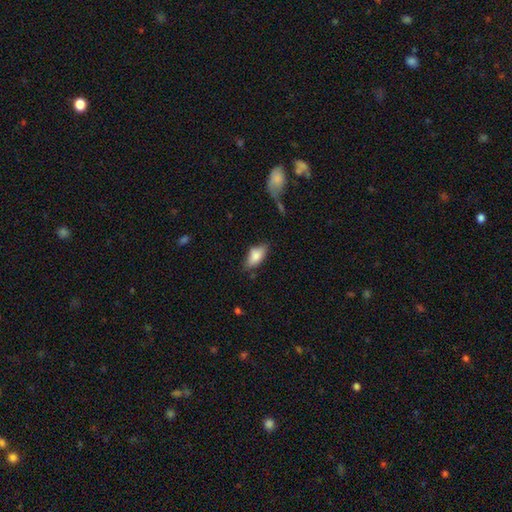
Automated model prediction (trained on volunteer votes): Smooth or featured? smooth (77%)
How rounded? in between (86%)
Merging? none (68%)